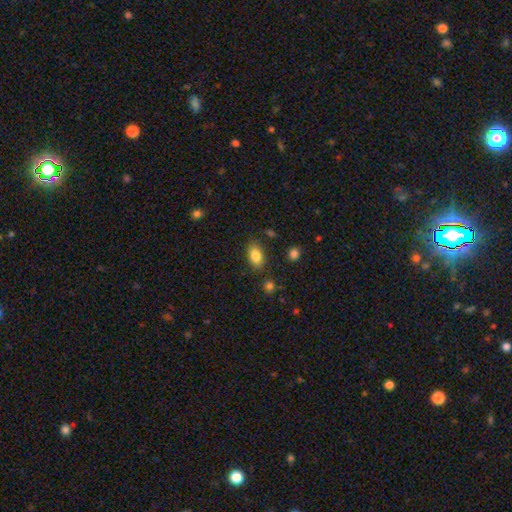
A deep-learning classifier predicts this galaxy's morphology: This appears to be a smooth galaxy with no disk features (84%) that is in between round and cigar-shaped (89%). Merging: none (82%).